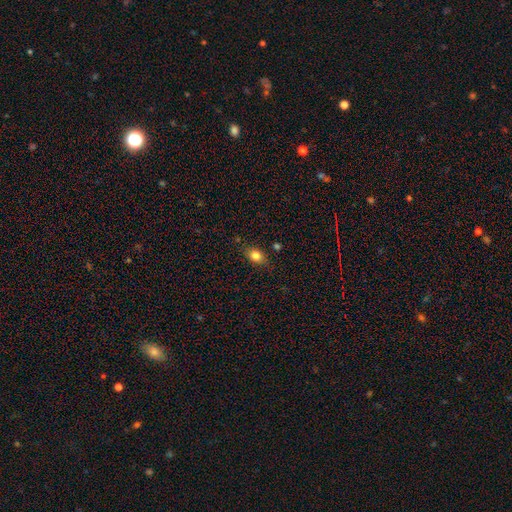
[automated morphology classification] smooth_or_featured: smooth (p=0.82) [alt: star or artifact p=0.10]
how_rounded: in between (p=0.68) [alt: round p=0.28]
merging: none (p=0.78) [alt: minor disturbance p=0.16]